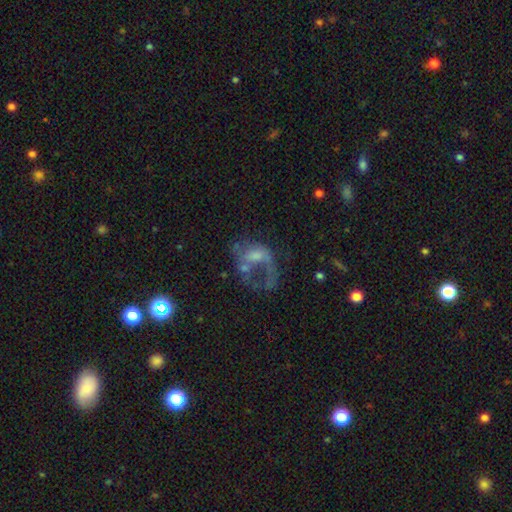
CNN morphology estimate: A featured or disk galaxy (59%) with no bar (73%), no spiral arms (56%) and no central bulge (35%).

Vote fractions:
- Smooth or featured? featured or disk: 59% / smooth: 25% / star or artifact: 16%
- Edge-on disk? no: 97% / yes: 3%
- Bar? no: 73% / weak: 22% / strong: 5%
- Spiral arms? no: 56% / yes: 44%
- Bulge size? none: 35% / small: 30% / moderate: 28% / large: 5% / dominant: 2%
- Merging? major disturbance: 51% / none: 24% / merger: 13% / minor disturbance: 13%